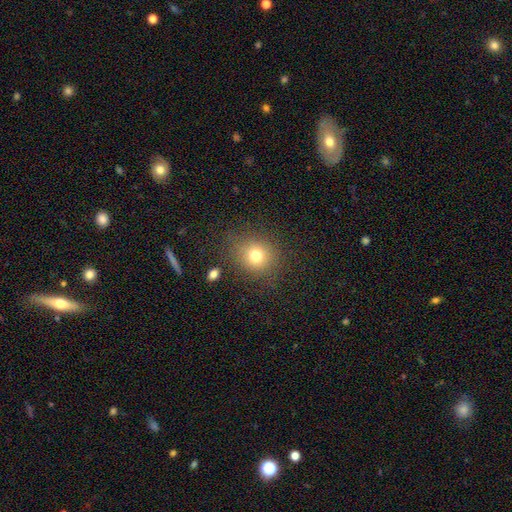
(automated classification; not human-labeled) smooth-or-featured: smooth: 75% | star or artifact: 15% | featured or disk: 10%
  how-rounded: round: 78% | in between: 21% | cigar-shaped: 1%
  merging: none: 81% | minor disturbance: 12% | major disturbance: 5% | merger: 2%